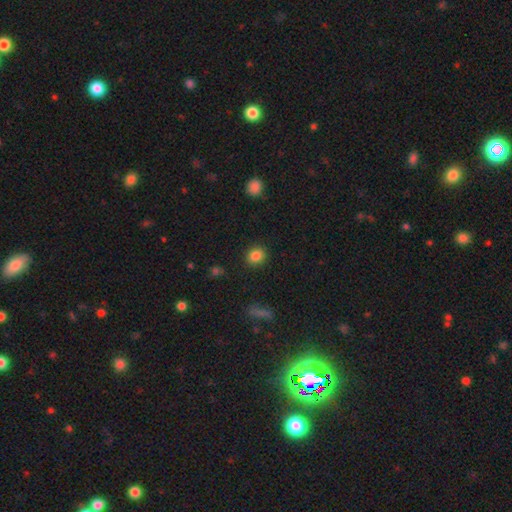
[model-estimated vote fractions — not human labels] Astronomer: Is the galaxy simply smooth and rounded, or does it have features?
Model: smooth — 85%.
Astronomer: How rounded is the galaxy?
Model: round — 69%.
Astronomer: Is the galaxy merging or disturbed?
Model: none — 89%.